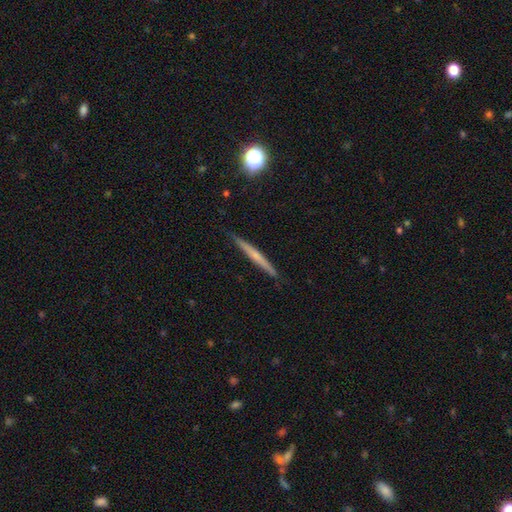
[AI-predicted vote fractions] smooth-or-featured: featured or disk: 52% | smooth: 40% | star or artifact: 8%
  disk-edge-on: yes: 97% | no: 3%
    edge-on-bulge: none: 59% | rounded: 36% | boxy: 6%
  merging: none: 89% | minor disturbance: 8% | major disturbance: 2% | merger: 1%